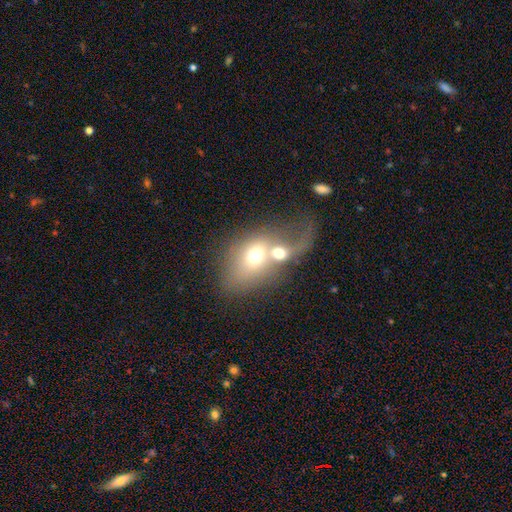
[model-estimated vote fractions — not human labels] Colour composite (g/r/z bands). It shows a smooth galaxy with no disk features (58%) that is in between round and cigar-shaped (69%). Merging: merger (71%).